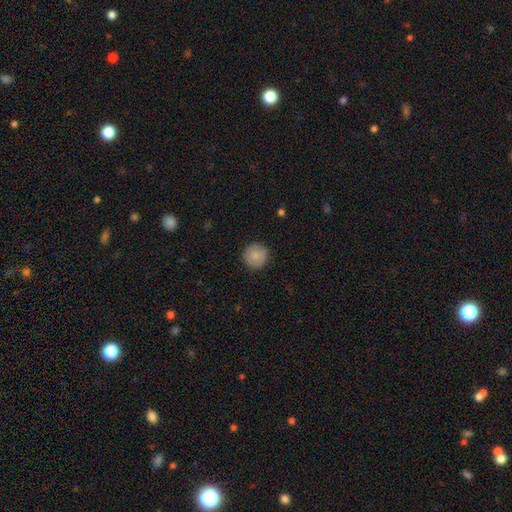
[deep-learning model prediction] Q: Smooth or featured?
A: smooth (87%); runner-up: star or artifact (7%)
Q: How rounded?
A: round (96%); runner-up: in between (3%)
Q: Merging?
A: none (91%); runner-up: minor disturbance (6%)